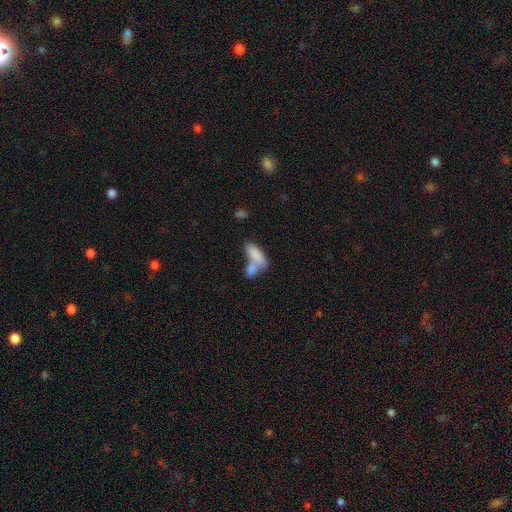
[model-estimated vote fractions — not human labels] Overall: smooth (81%). How rounded: in between (79%). Merging: merger (61%; none 25%).